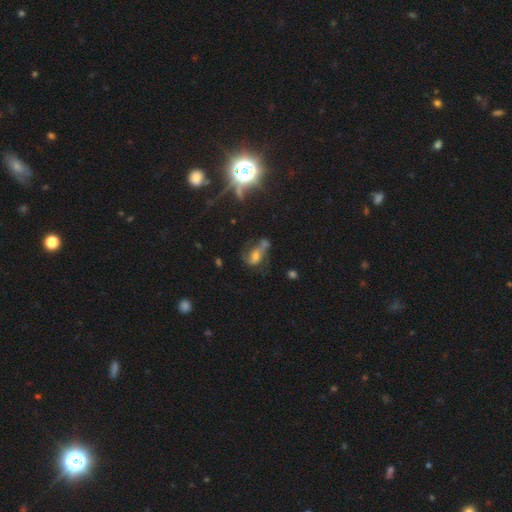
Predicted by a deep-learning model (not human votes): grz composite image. It shows a featured or disk galaxy (39%). Merging: none (32%).